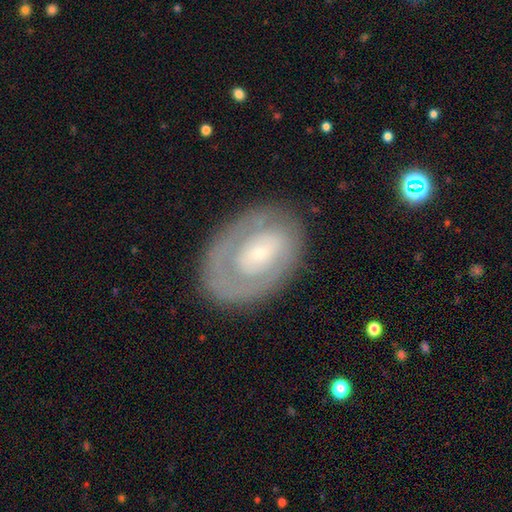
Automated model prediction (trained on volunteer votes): Smooth or featured? Predicted: featured or disk (p=0.66). Edge-on disk? Predicted: no (p=0.95). Bar? Predicted: no (p=0.67). Spiral arms? Predicted: yes (p=0.57). Bulge size? Predicted: small (p=0.66). Merging? Predicted: none (p=0.75).